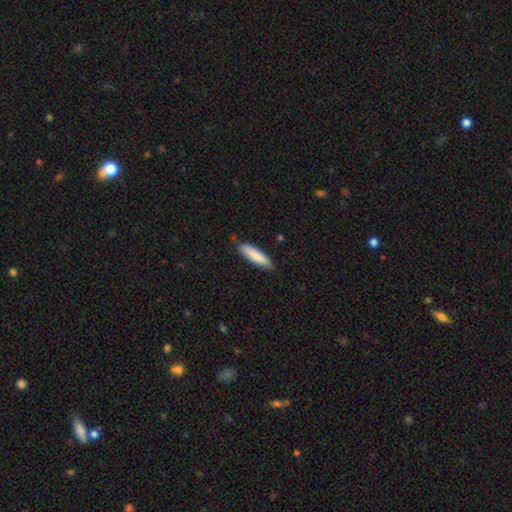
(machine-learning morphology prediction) smooth 86%, featured or disk 8%, star or artifact 5%. Down the decision tree: how rounded — cigar-shaped (67%); merging — none (82%).